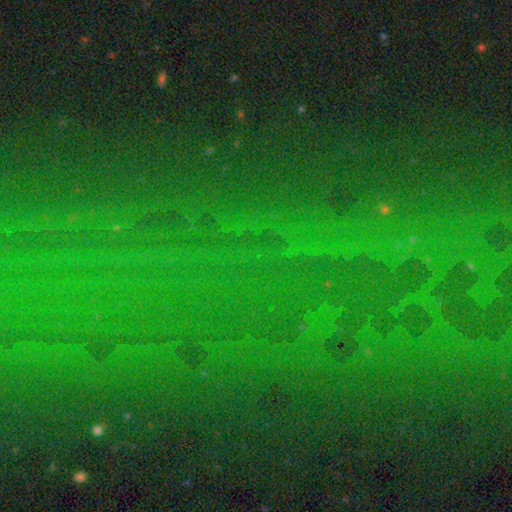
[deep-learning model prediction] Smooth or featured?
  - star or artifact: 82% *
  - smooth: 10%
  - featured or disk: 8%